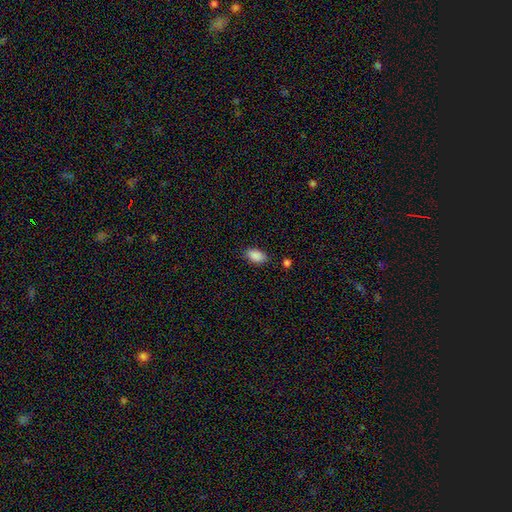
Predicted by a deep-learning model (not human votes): smooth 89%, star or artifact 8%, featured or disk 3%. Down the decision tree: how rounded — in between (93%); merging — none (82%).